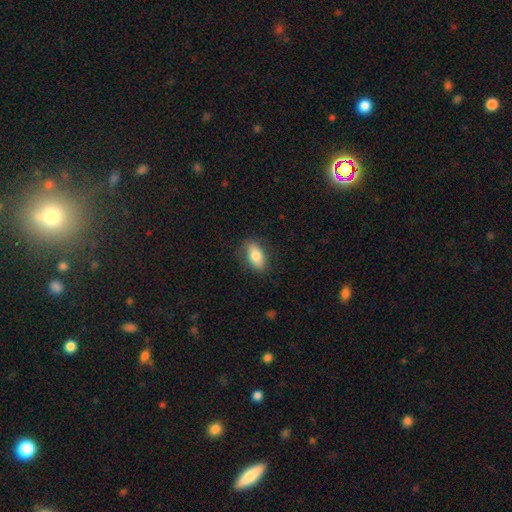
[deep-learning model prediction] Q: Smooth or featured?
A: smooth (79%); runner-up: featured or disk (14%)
Q: How rounded?
A: in between (88%); runner-up: cigar-shaped (7%)
Q: Merging?
A: none (81%); runner-up: minor disturbance (14%)